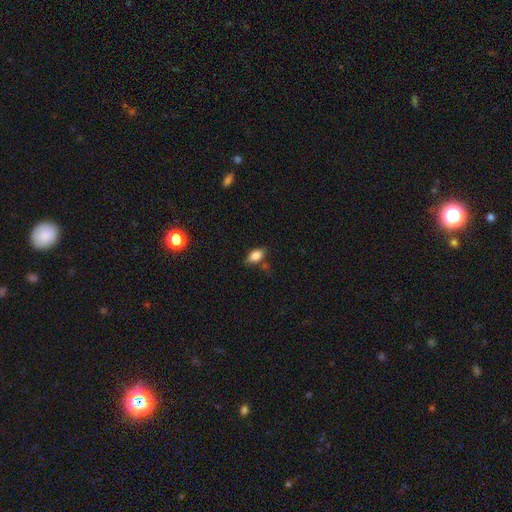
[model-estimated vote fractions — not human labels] smooth_or_featured: smooth (p=0.83) [alt: star or artifact p=0.09]
how_rounded: in between (p=0.88) [alt: round p=0.07]
merging: none (p=0.69) [alt: minor disturbance p=0.20]